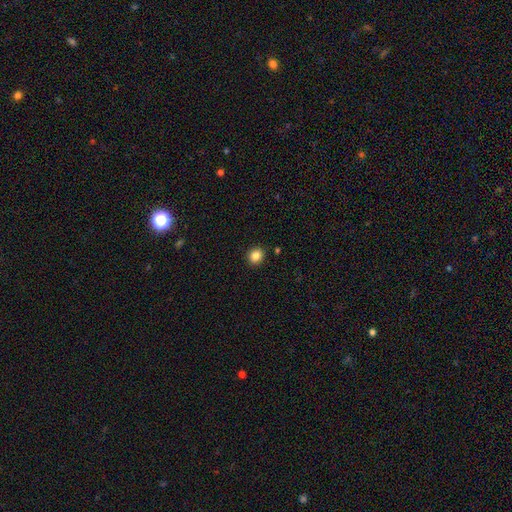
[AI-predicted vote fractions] A smooth galaxy with no disk features (85%) that is round (79%). Merging: none (91%).